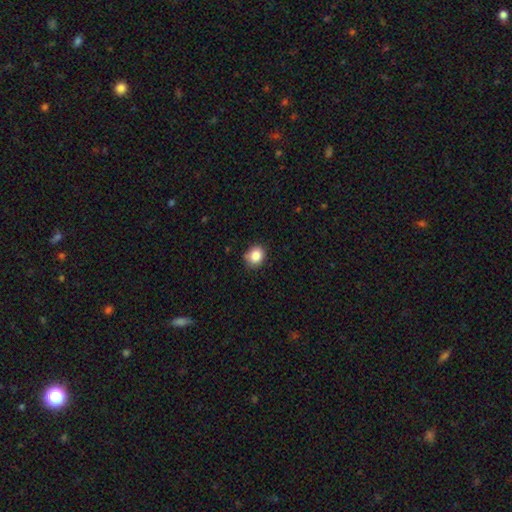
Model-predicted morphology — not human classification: Smooth or featured: smooth — 85% (star or artifact — 10%)
How rounded: round — 66% (in between — 33%)
Merging: none — 82% (minor disturbance — 14%)